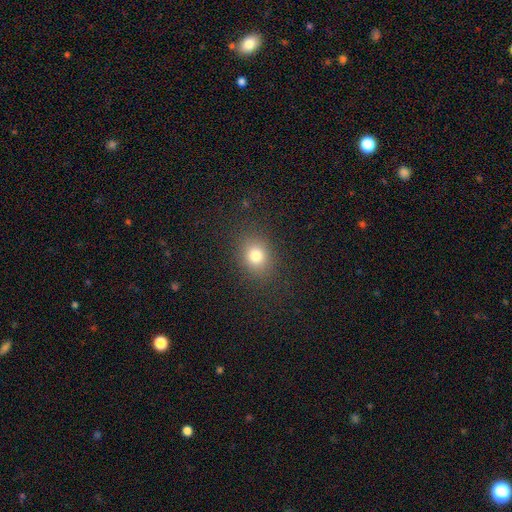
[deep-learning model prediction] Q: Smooth or featured?
A: smooth (79%); runner-up: star or artifact (13%)
Q: How rounded?
A: round (53%); runner-up: in between (46%)
Q: Merging?
A: none (85%); runner-up: minor disturbance (9%)